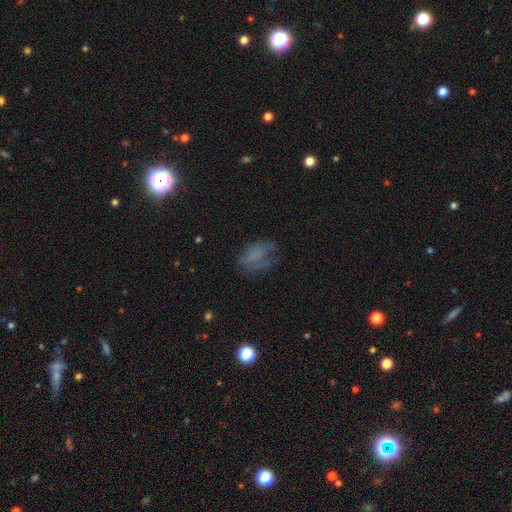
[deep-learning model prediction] This appears to be a smooth galaxy with no disk features (56%) that is in between round and cigar-shaped (77%). Merging: none (45%).